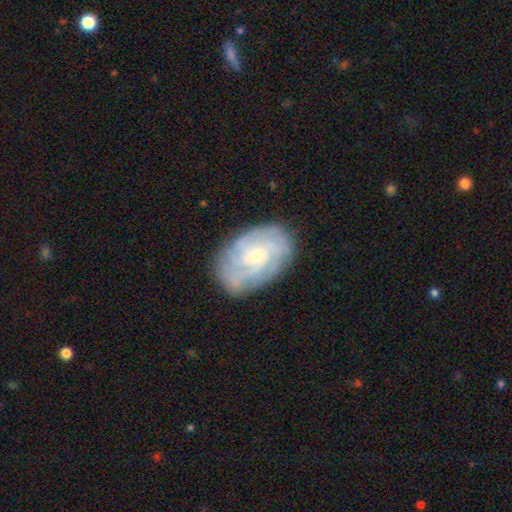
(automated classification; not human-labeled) featured or disk 76%, smooth 17%, star or artifact 6%. Down the decision tree: edge-on disk — no (97%); bar — no (67%); spiral arms — yes (92%); spiral arm count — can't tell (42%); spiral winding — tight (64%); bulge size — small (67%); merging — none (79%).